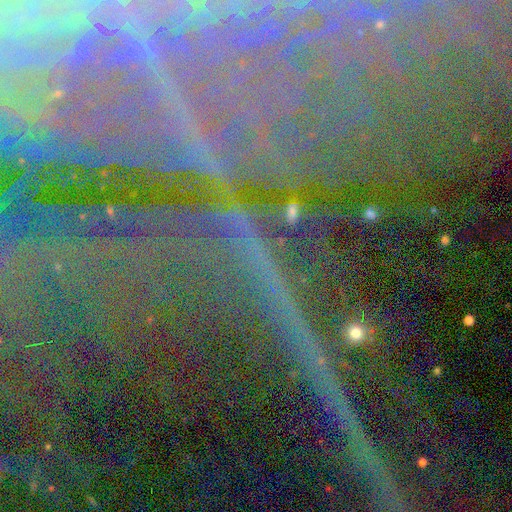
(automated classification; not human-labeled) Smooth or featured? Predicted: star or artifact (p=0.84).